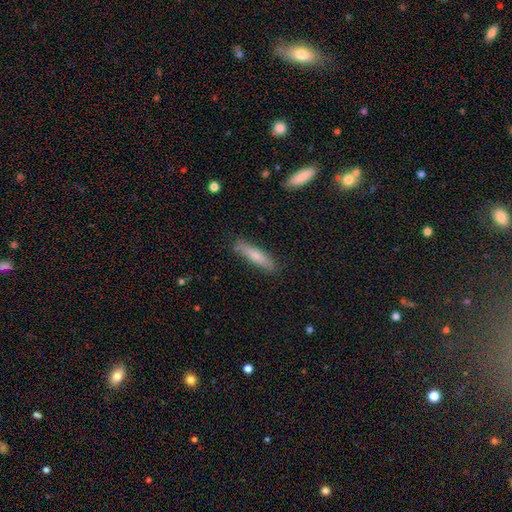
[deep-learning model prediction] Smooth or featured: smooth — 73% (featured or disk — 21%)
How rounded: cigar-shaped — 83% (in between — 15%)
Merging: none — 82% (minor disturbance — 14%)